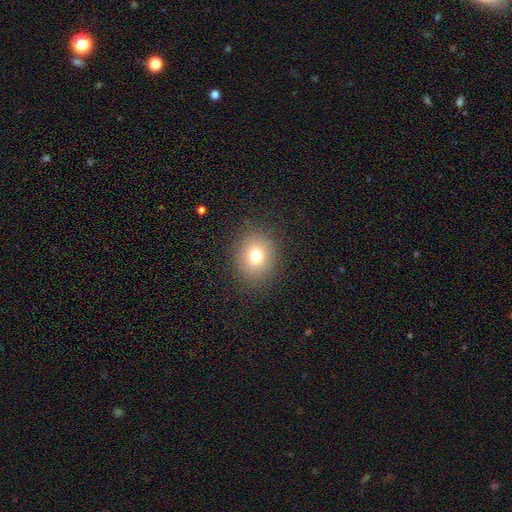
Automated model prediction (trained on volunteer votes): The model was most divided on "how rounded": round: 64%, in between: 35%, cigar-shaped: 1%. More confident: merging — none (86%); smooth or featured — smooth (75%).